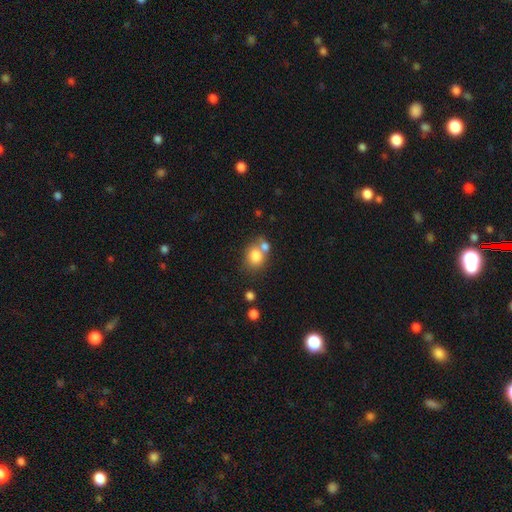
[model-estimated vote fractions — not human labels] Smooth or featured? smooth (80%)
How rounded? round (55%)
Merging? none (44%)